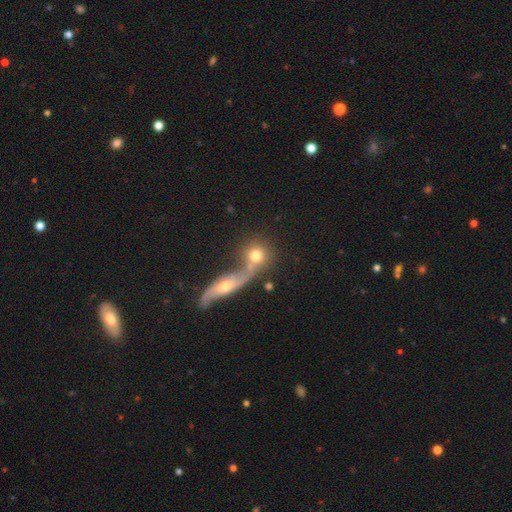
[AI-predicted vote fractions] Smooth or featured? Predicted: smooth (p=0.70). How rounded? Predicted: round (p=0.81). Merging? Predicted: none (p=0.43, tied with merger).